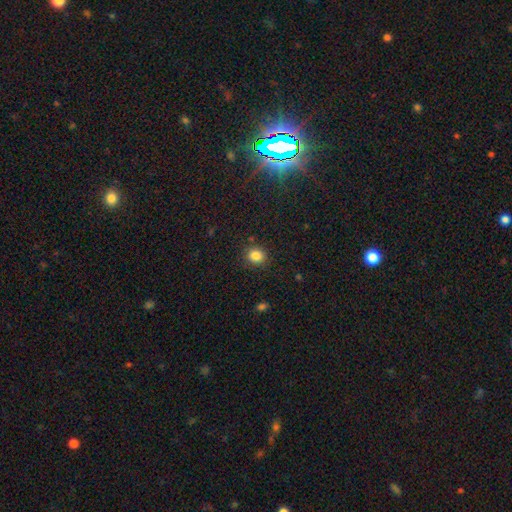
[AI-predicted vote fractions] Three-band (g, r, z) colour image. It shows a smooth galaxy with no disk features (84%) that is round (74%). Merging: none (87%).